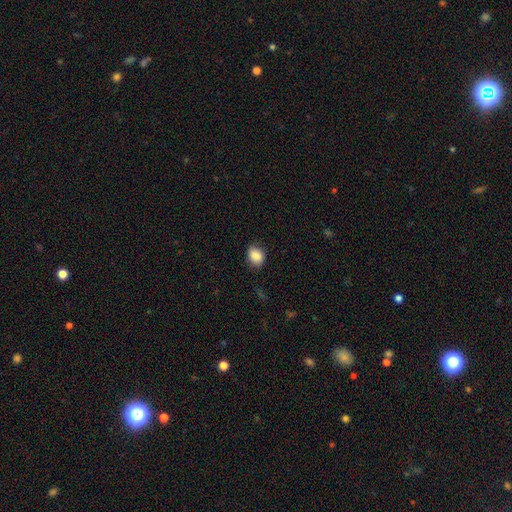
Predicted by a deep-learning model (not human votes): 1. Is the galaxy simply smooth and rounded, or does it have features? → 88% smooth, 8% star or artifact, 4% featured or disk.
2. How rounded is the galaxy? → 58% in between, 41% round, 1% cigar-shaped.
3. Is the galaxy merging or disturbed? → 79% none, 16% minor disturbance, 3% major disturbance, 1% merger.